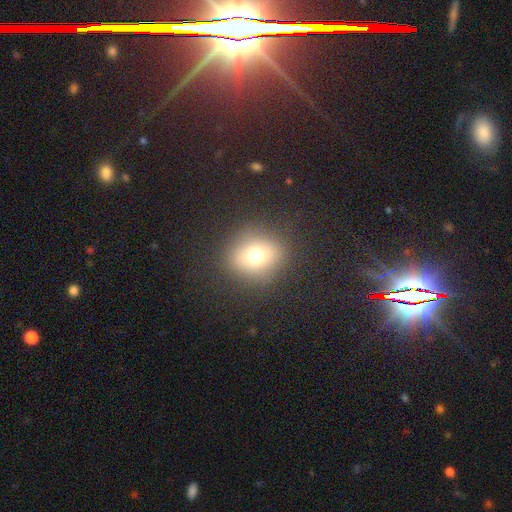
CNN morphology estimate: Overall: smooth (71%). How rounded: round (78%). Merging: none (86%).